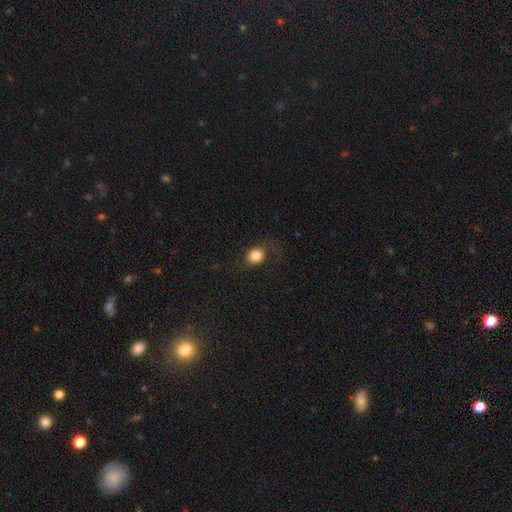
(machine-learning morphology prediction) type=smooth (80%); roundness=round (64%); merging=none (63%).